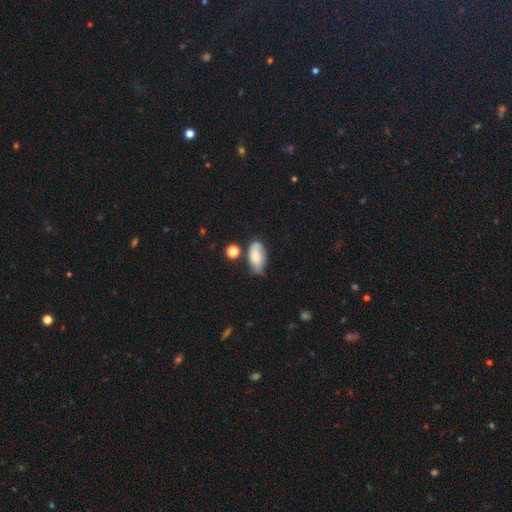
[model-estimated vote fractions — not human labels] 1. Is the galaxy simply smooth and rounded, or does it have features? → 73% smooth, 19% featured or disk, 8% star or artifact.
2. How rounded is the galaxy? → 91% in between, 5% round, 4% cigar-shaped.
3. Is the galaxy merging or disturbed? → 51% none, 33% minor disturbance, 9% merger, 8% major disturbance.